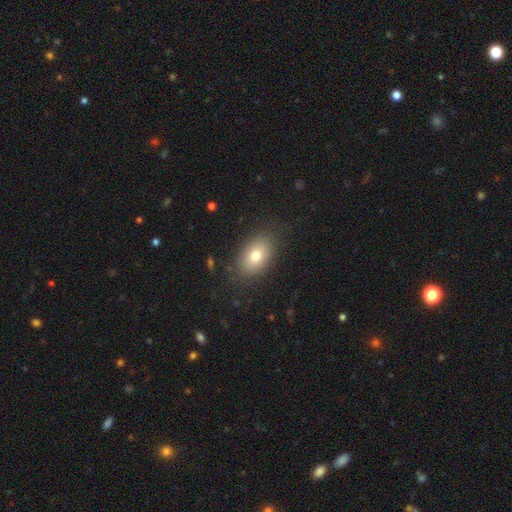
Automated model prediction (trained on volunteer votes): Smooth or featured? smooth (76%)
How rounded? in between (86%)
Merging? none (84%)